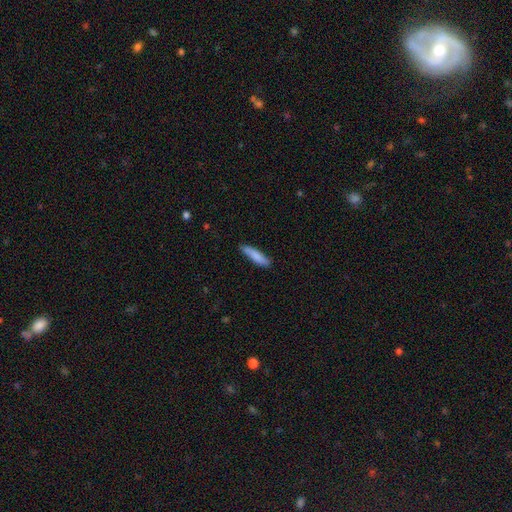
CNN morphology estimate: Overall: smooth (83%). How rounded: cigar-shaped (80%). Merging: none (80%).